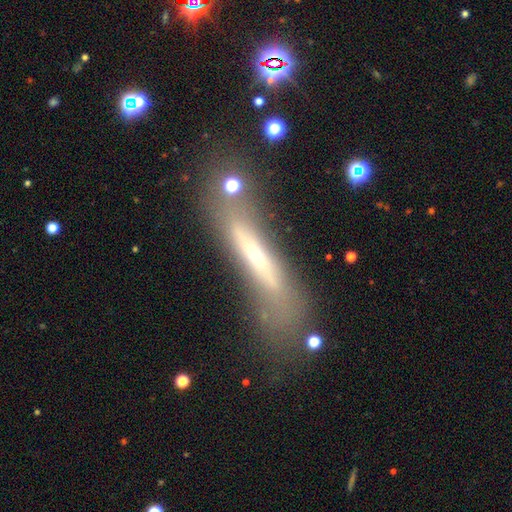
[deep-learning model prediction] The model was most divided on "smooth or featured": featured or disk: 50%, smooth: 38%, star or artifact: 12%. More confident: edge-on disk — yes (71%); merging — none (68%).